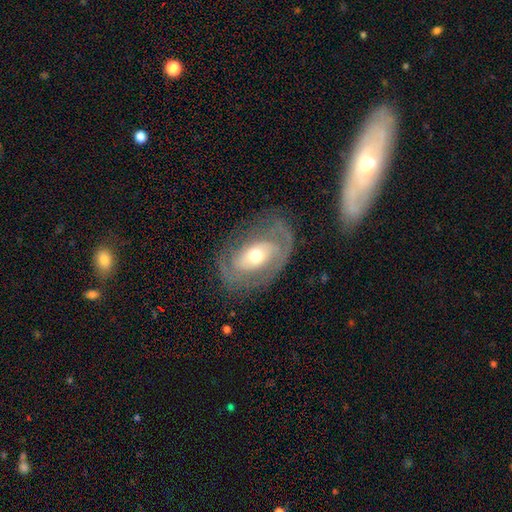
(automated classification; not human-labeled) The model was most divided on "spiral winding": tight: 41%, medium: 40%, loose: 19%. More confident: edge-on disk — no (94%); spiral arms — yes (77%); smooth or featured — featured or disk (74%); merging — none (71%); bulge size — moderate (69%); spiral arm count — 2 (67%); bar — no (54%).